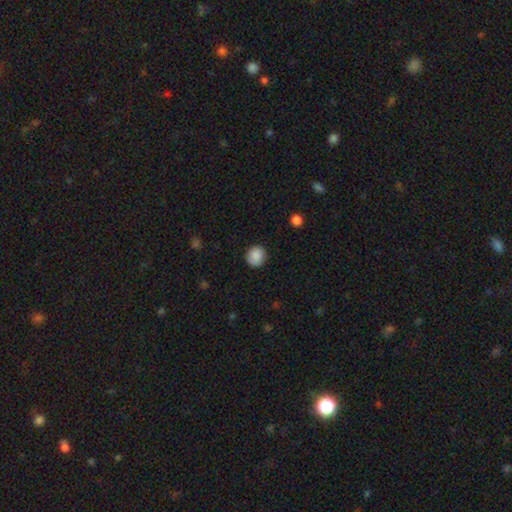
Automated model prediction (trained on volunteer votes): Morphology: type=smooth (88%); roundness=round (87%); merging=none (88%).